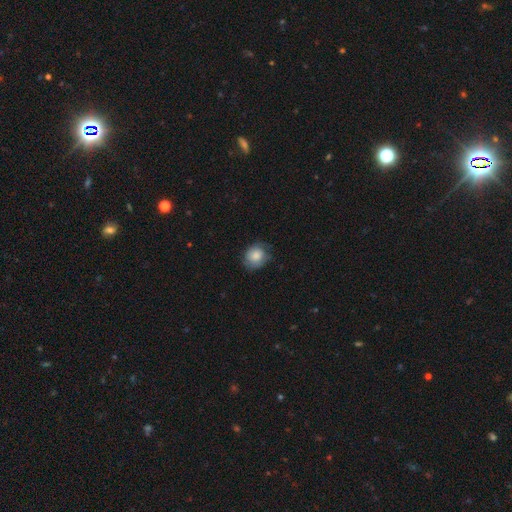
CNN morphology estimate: Overall: smooth (79%). How rounded: round (68%; in between 31%). Merging: none (69%).